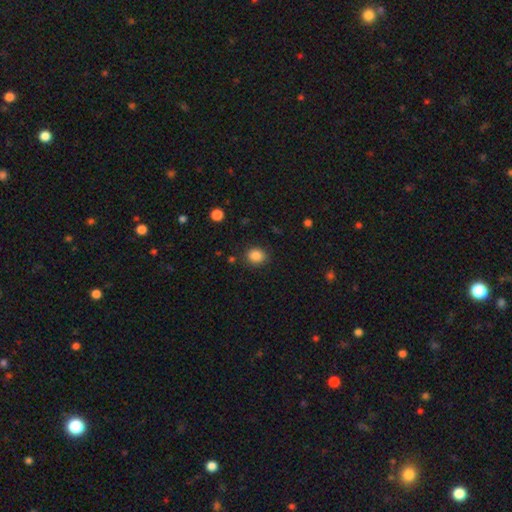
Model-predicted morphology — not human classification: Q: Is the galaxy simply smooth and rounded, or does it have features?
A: smooth — 86%.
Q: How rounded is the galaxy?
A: round — 68%.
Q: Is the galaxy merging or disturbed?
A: none — 86%.